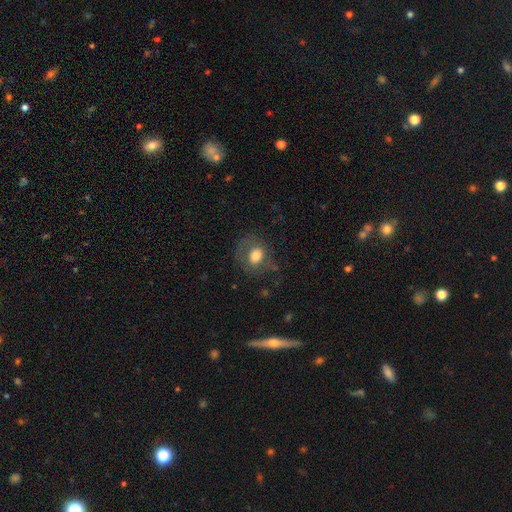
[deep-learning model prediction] Q: Smooth or featured?
A: smooth (68%); runner-up: featured or disk (23%)
Q: How rounded?
A: round (50%); runner-up: in between (49%)
Q: Merging?
A: none (57%); runner-up: minor disturbance (22%)